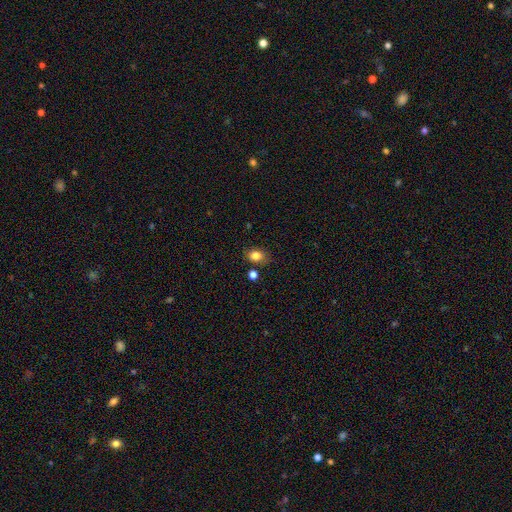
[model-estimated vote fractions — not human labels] Q: Smooth or featured?
A: smooth (82%); runner-up: star or artifact (11%)
Q: How rounded?
A: in between (63%); runner-up: round (36%)
Q: Merging?
A: none (73%); runner-up: minor disturbance (17%)